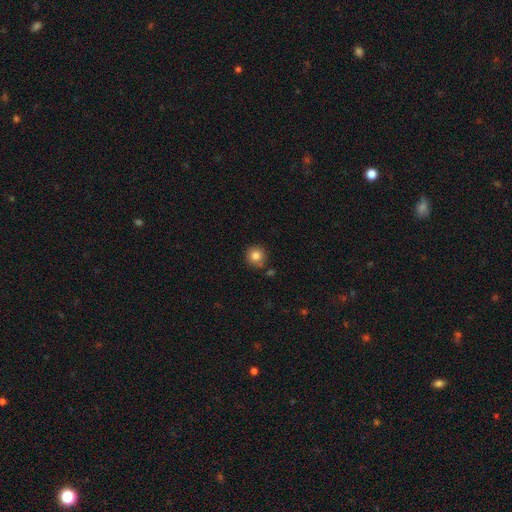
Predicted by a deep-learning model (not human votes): Smooth or featured? Predicted: smooth (p=0.83). How rounded? Predicted: round (p=0.93). Merging? Predicted: none (p=0.82).